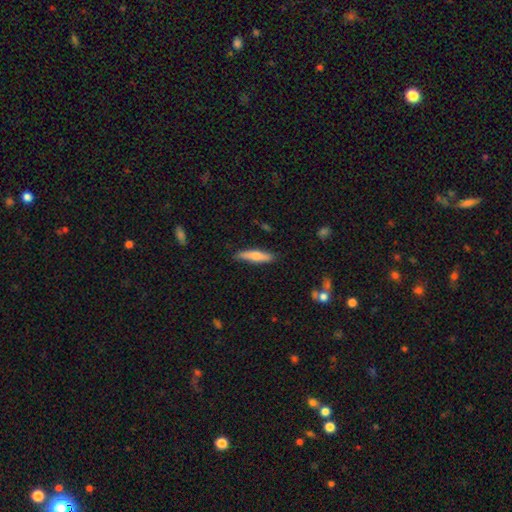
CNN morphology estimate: Q: Smooth or featured?
A: smooth (60%); runner-up: featured or disk (34%)
Q: How rounded?
A: cigar-shaped (84%); runner-up: in between (14%)
Q: Merging?
A: none (84%); runner-up: minor disturbance (12%)